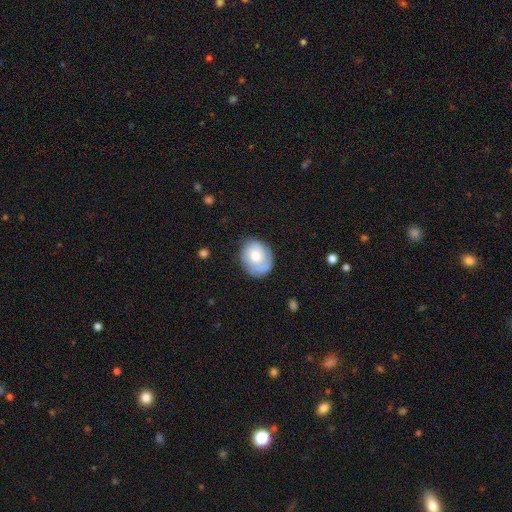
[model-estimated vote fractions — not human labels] The model was most divided on "smooth or featured": smooth: 57%, featured or disk: 36%, star or artifact: 7%. More confident: merging — none (72%); how rounded — round (61%).